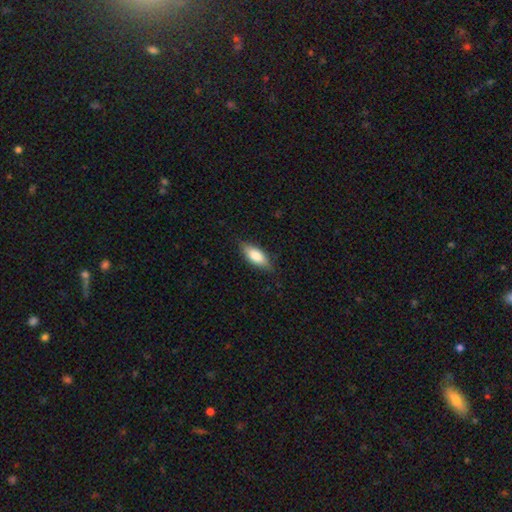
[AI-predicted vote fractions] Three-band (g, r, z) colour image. It shows a smooth galaxy with no disk features (79%) that is in between round and cigar-shaped (77%). Merging: none (81%).